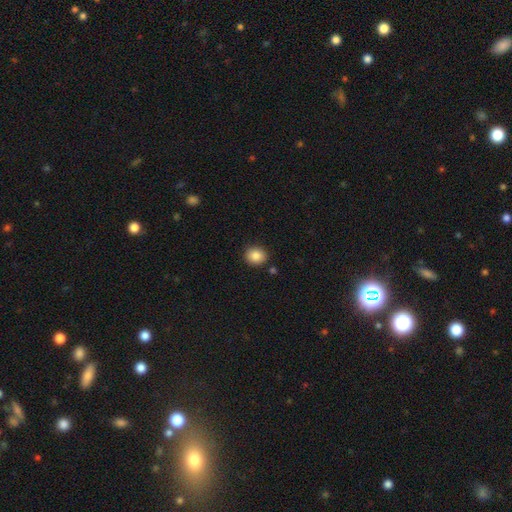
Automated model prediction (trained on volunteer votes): The model was most divided on "how rounded": round: 76%, in between: 23%, cigar-shaped: 1%. More confident: merging — none (87%); smooth or featured — smooth (86%).